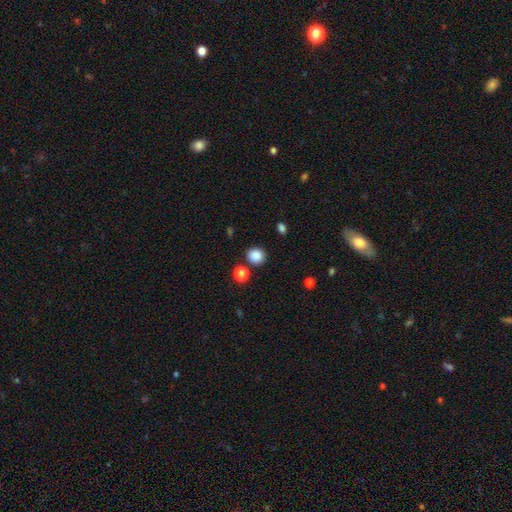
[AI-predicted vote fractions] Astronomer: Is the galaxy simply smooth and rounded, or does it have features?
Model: smooth — 86%.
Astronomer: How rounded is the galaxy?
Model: round — 84%.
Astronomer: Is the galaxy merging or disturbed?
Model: none — 83%.